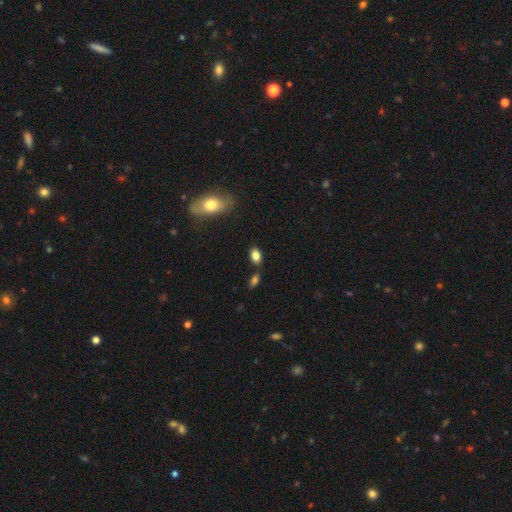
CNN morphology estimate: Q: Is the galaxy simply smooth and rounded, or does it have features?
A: smooth — 84%.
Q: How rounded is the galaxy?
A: in between — 86%.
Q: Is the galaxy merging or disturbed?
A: none — 70%.